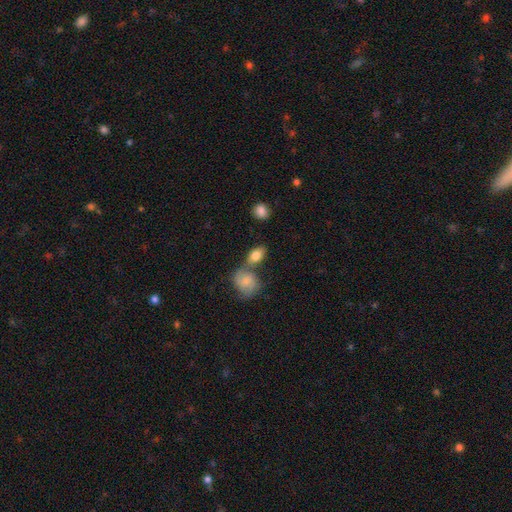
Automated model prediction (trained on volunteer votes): Q: Smooth or featured?
A: smooth (79%); runner-up: featured or disk (14%)
Q: How rounded?
A: in between (83%); runner-up: round (13%)
Q: Merging?
A: none (44%); runner-up: merger (39%)